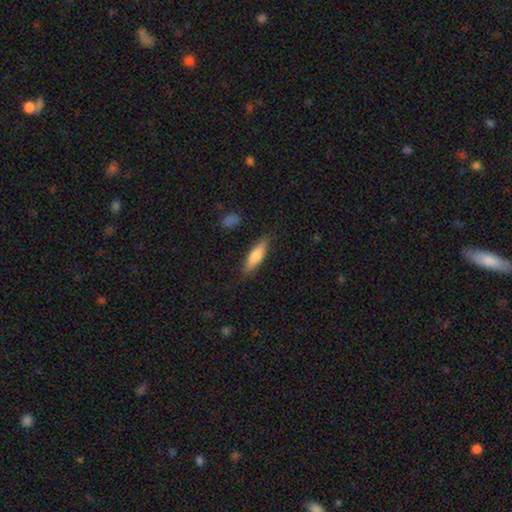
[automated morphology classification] A smooth galaxy with no disk features (74%) that is cigar-shaped (55%).

Vote fractions:
- Smooth or featured? smooth: 74% / featured or disk: 20% / star or artifact: 6%
- How rounded? cigar-shaped: 55% / in between: 43% / round: 2%
- Merging? none: 85% / minor disturbance: 11% / major disturbance: 3% / merger: 2%